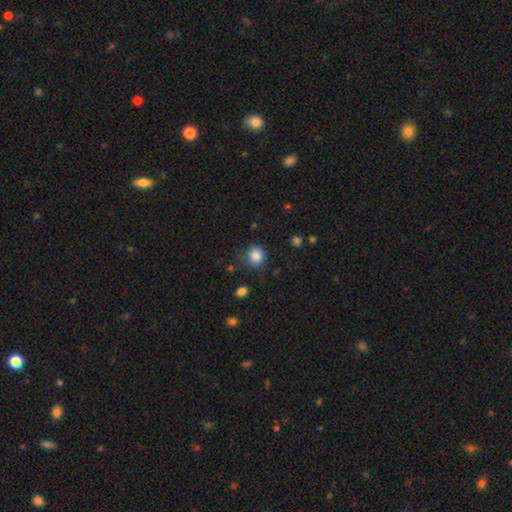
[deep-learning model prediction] Smooth or featured? smooth (85%)
How rounded? round (80%)
Merging? none (73%)